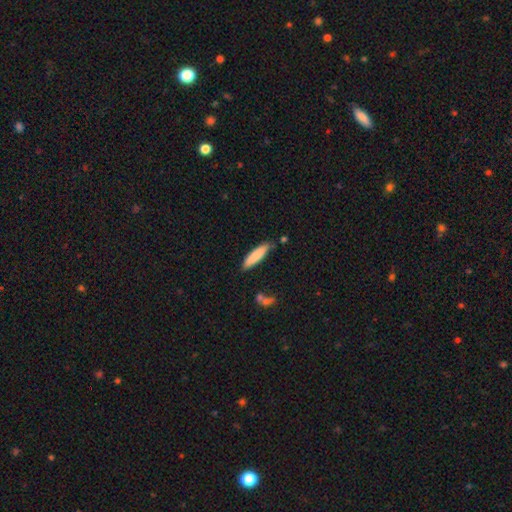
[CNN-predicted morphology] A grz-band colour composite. It shows a smooth galaxy with no disk features (83%) that is cigar-shaped (78%). Merging: none (80%).